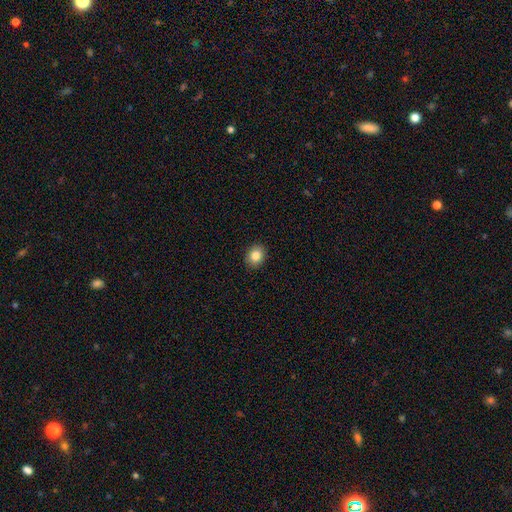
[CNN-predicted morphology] Smooth or featured? smooth (84%)
How rounded? round (56%)
Merging? none (91%)